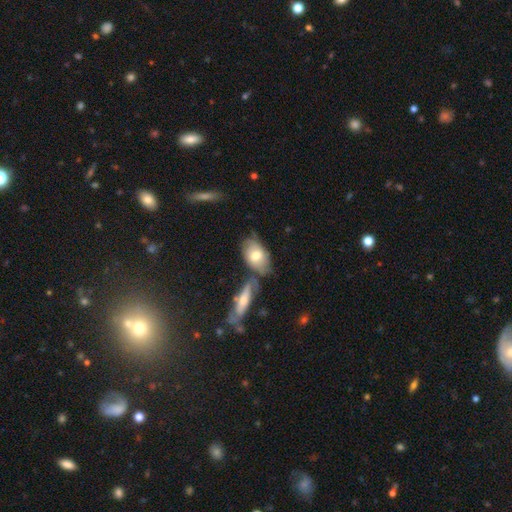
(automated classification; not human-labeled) Smooth or featured?
  - smooth: 67% *
  - featured or disk: 27%
  - star or artifact: 6%
How rounded?
  - in between: 88% *
  - round: 7%
  - cigar-shaped: 4%
Merging?
  - none: 51% *
  - merger: 22%
  - minor disturbance: 21%
  - major disturbance: 7%